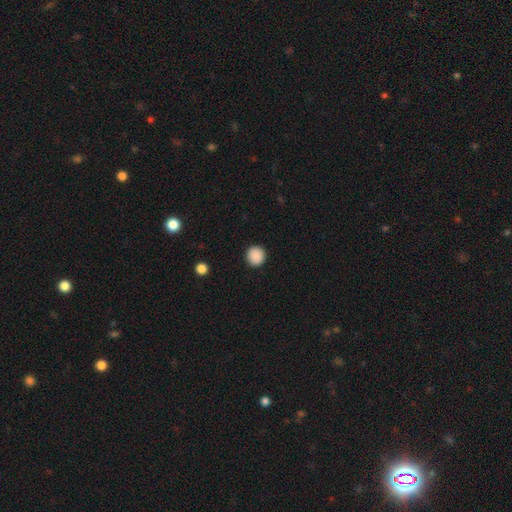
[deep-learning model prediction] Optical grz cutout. It shows a smooth galaxy with no disk features (89%) that is round (95%). Merging: none (92%).